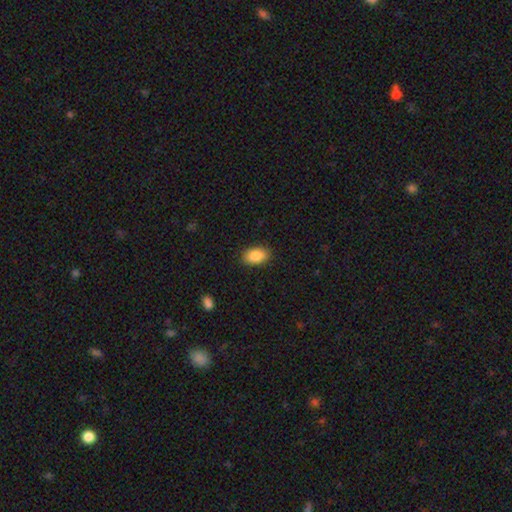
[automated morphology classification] smooth-or-featured: smooth: 87% | star or artifact: 7% | featured or disk: 6%
  how-rounded: in between: 92% | round: 7% | cigar-shaped: 2%
  merging: none: 89% | minor disturbance: 8% | major disturbance: 2% | merger: 1%